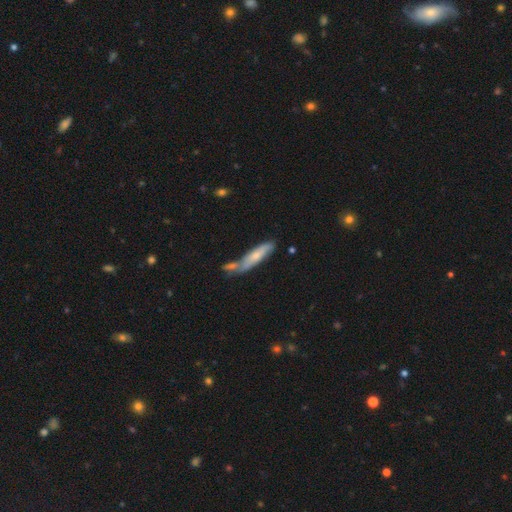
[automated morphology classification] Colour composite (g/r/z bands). It shows a smooth galaxy with no disk features (56%) that is cigar-shaped (80%). Merging: none (47%).